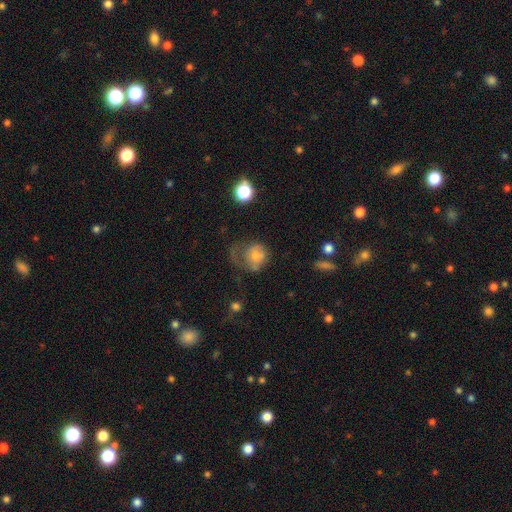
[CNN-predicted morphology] smooth-or-featured: smooth: 56% | featured or disk: 34% | star or artifact: 10%
  how-rounded: round: 68% | in between: 31% | cigar-shaped: 1%
  merging: major disturbance: 44% | none: 29% | minor disturbance: 22% | merger: 4%